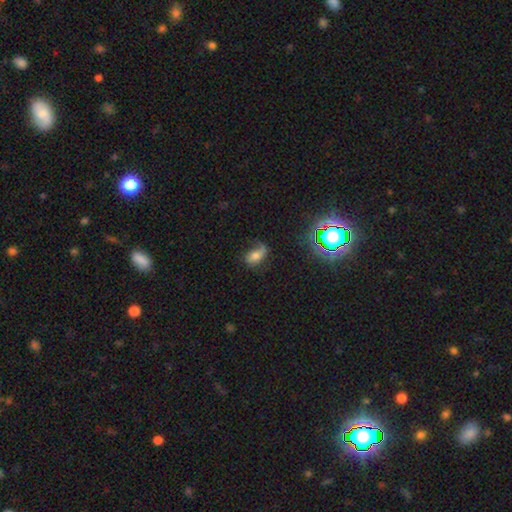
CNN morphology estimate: Smooth or featured: smooth — 51% (featured or disk — 33%)
How rounded: in between — 82% (round — 15%)
Merging: none — 42% (minor disturbance — 29%)